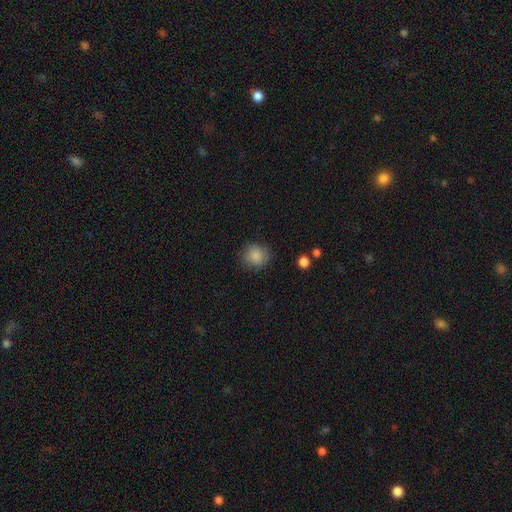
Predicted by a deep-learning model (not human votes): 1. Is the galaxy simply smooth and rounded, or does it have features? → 86% smooth, 9% star or artifact, 5% featured or disk.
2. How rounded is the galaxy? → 85% round, 14% in between, 1% cigar-shaped.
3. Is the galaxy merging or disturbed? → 83% none, 12% minor disturbance, 4% major disturbance, 1% merger.